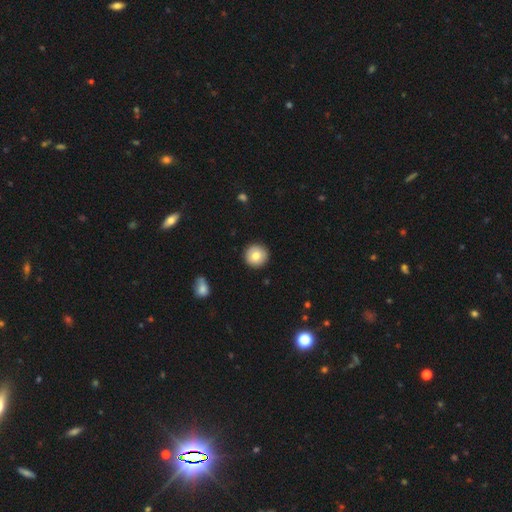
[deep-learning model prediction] Smooth or featured? smooth (78%)
How rounded? round (95%)
Merging? none (92%)